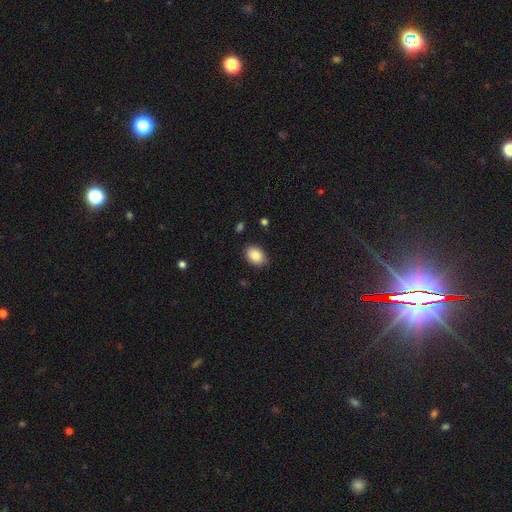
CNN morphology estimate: Q: Smooth or featured?
A: smooth (87%); runner-up: star or artifact (8%)
Q: How rounded?
A: in between (78%); runner-up: round (21%)
Q: Merging?
A: none (82%); runner-up: minor disturbance (14%)